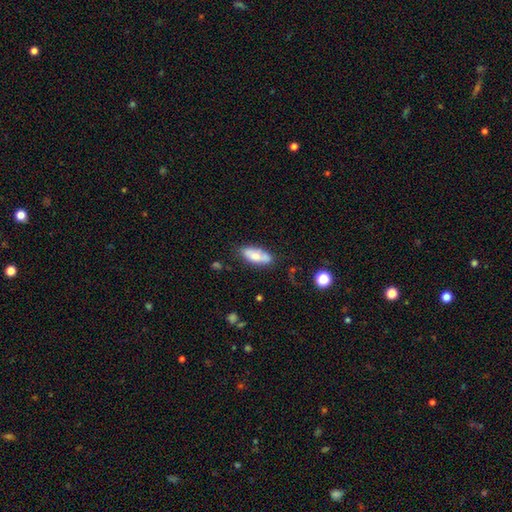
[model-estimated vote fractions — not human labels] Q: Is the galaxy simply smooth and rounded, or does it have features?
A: smooth — 68%.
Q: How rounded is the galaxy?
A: in between — 78%.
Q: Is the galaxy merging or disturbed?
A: none — 69%.